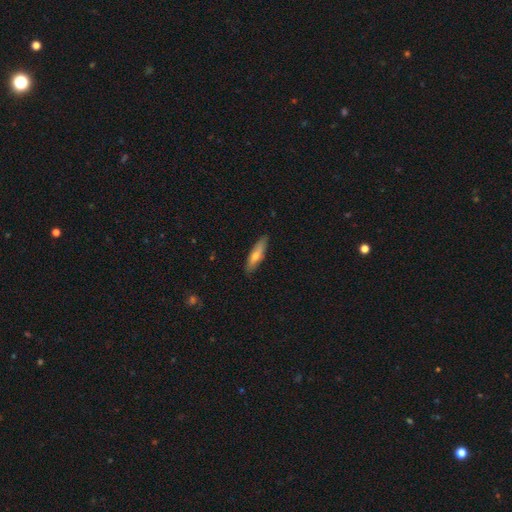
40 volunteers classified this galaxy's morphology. This is likely a smooth galaxy (70%). How rounded: likely cigar-shaped (75%). Merging: clearly none (87%).